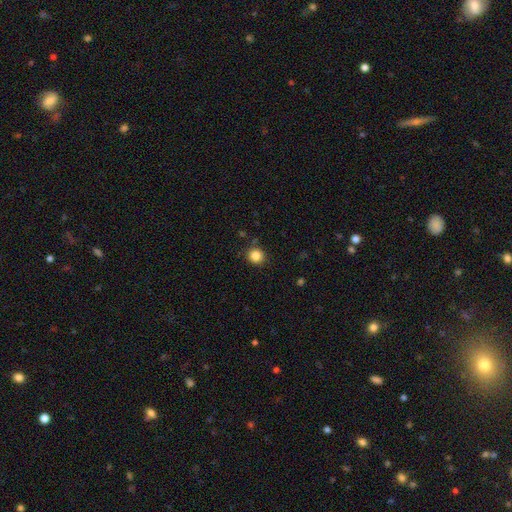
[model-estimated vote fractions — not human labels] Overall: smooth (85%). How rounded: round (90%). Merging: none (87%).